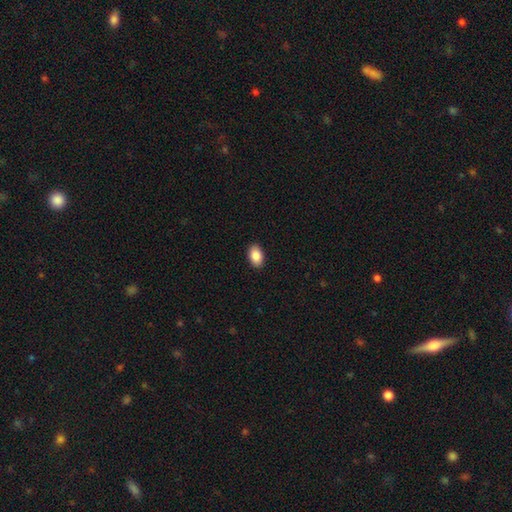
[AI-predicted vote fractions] smooth 88%, star or artifact 7%, featured or disk 5%. Down the decision tree: how rounded — in between (92%); merging — none (90%).